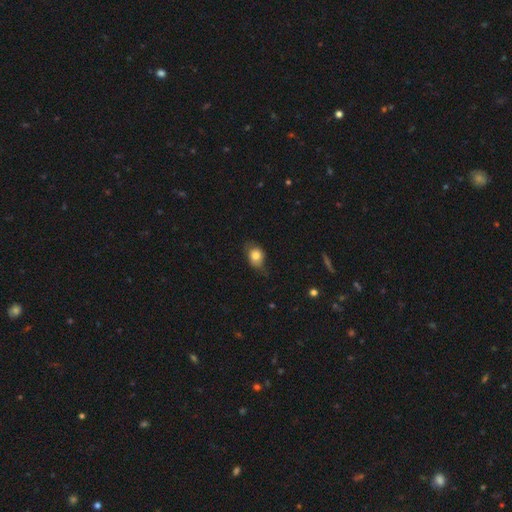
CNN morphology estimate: Smooth or featured? smooth (77%)
How rounded? in between (60%)
Merging? none (57%)